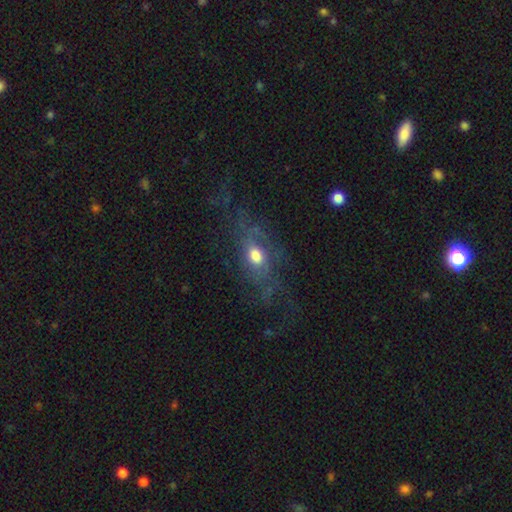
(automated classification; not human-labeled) Smooth or featured: featured or disk — 52% (smooth — 34%)
Edge-on disk: no — 84% (yes — 16%)
Merging: none — 51% (major disturbance — 27%)